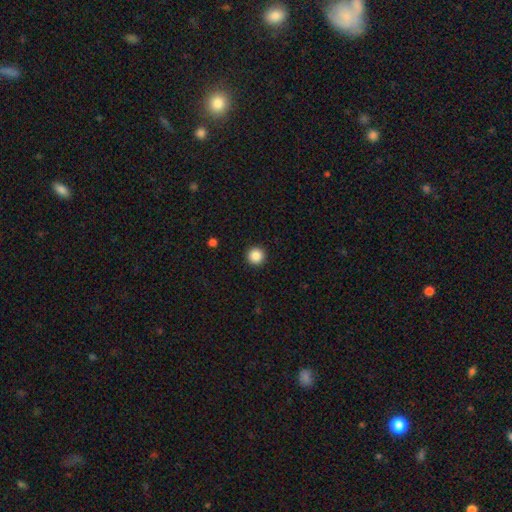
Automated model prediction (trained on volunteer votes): This appears to be a smooth galaxy with no disk features (87%) that is round (96%). Merging: none (94%).